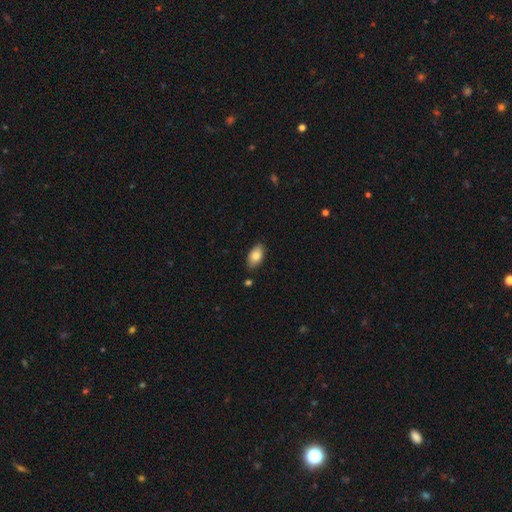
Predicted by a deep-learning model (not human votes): This is clearly a smooth galaxy (82%). How rounded: clearly in between (93%). Merging: clearly none (83%).